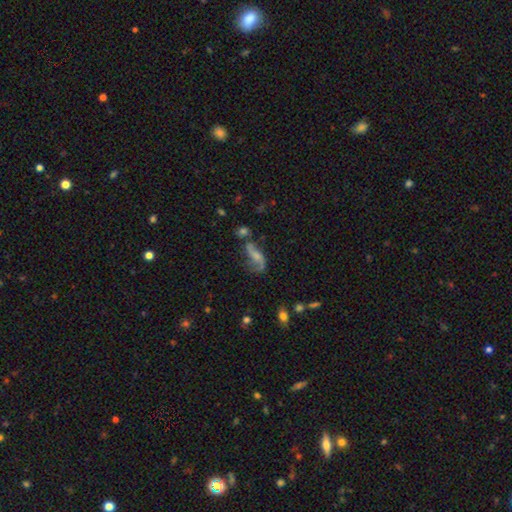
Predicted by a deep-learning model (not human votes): Smooth or featured: featured or disk — 61% (smooth — 29%)
Edge-on disk: no — 91% (yes — 9%)
Bar: no — 52% (weak — 34%)
Spiral arms: yes — 85% (no — 15%)
Bulge size: small — 40% (moderate — 31%)
Merging: none — 45% (minor disturbance — 23%)